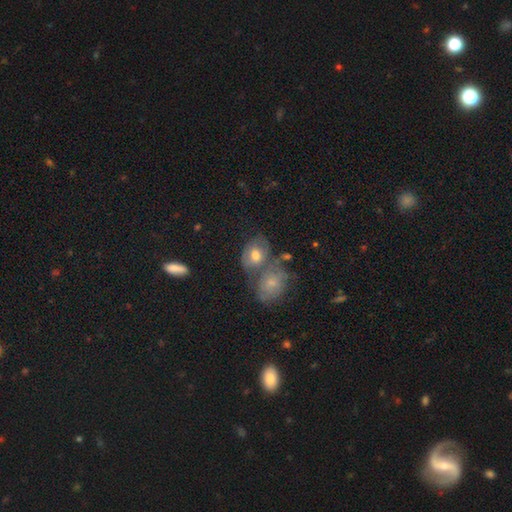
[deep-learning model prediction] Smooth or featured? Predicted: smooth (p=0.55). How rounded? Predicted: in between (p=0.60). Merging? Predicted: merger (p=0.39).